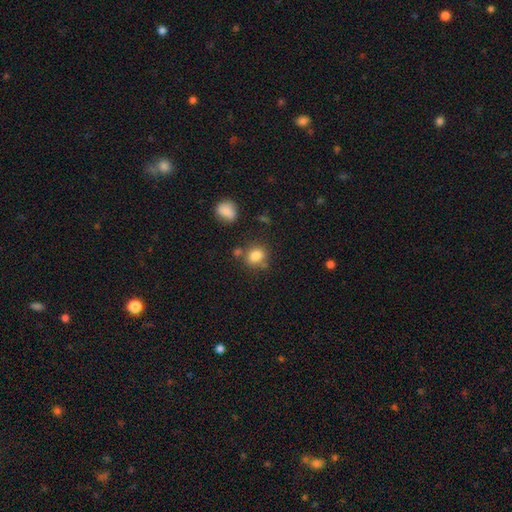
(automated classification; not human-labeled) Smooth or featured?
  - smooth: 82% *
  - star or artifact: 11%
  - featured or disk: 7%
How rounded?
  - round: 65% *
  - in between: 34%
  - cigar-shaped: 1%
Merging?
  - none: 68% *
  - minor disturbance: 14%
  - merger: 13%
  - major disturbance: 5%